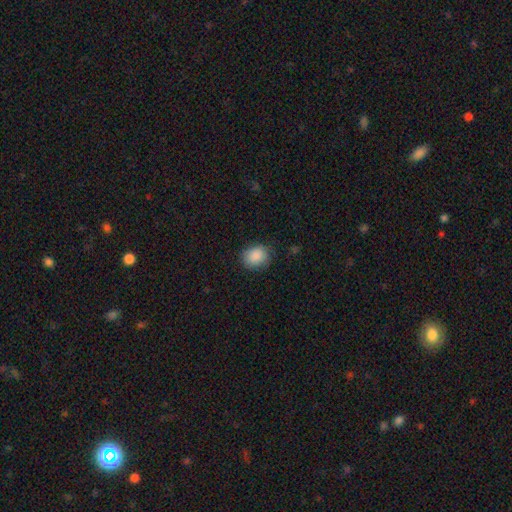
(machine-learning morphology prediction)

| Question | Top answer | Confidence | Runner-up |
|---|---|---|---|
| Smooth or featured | smooth | 89% | star or artifact (8%) |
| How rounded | round | 55% | in between (44%) |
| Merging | none | 81% | minor disturbance (14%) |